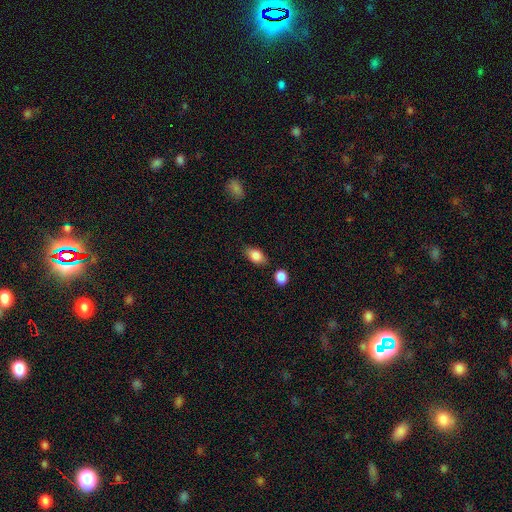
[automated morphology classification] Overall: smooth (85%). How rounded: in between (87%). Merging: none (78%).